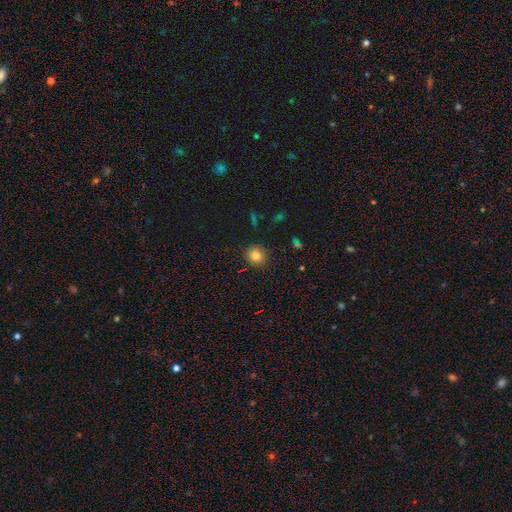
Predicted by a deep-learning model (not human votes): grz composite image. It shows a smooth galaxy with no disk features (81%) that is round (88%). Merging: none (90%).